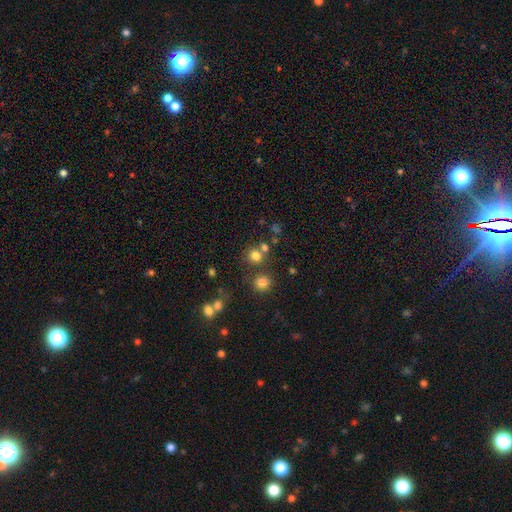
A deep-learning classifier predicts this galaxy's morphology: The model was most divided on "merging": none: 64%, merger: 23%, minor disturbance: 9%, major disturbance: 4%. More confident: how rounded — round (86%); smooth or featured — smooth (75%).